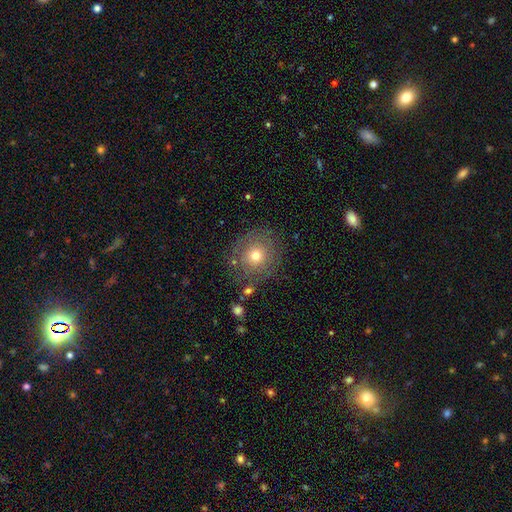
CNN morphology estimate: smooth_or_featured: smooth (p=0.65) [alt: featured or disk p=0.24]
how_rounded: round (p=0.89) [alt: in between p=0.10]
merging: none (p=0.78) [alt: minor disturbance p=0.13]